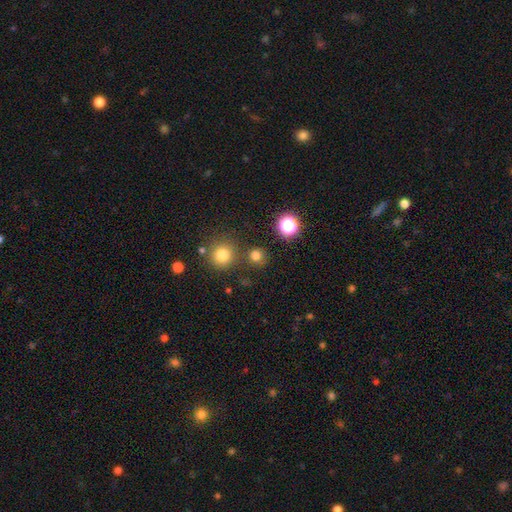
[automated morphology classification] type=smooth (74%); roundness=round (90%); merging=none (79%).